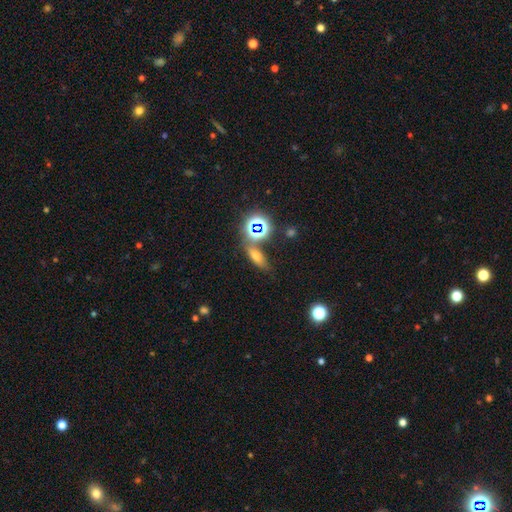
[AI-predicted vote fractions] Q: Smooth or featured?
A: smooth (50%); runner-up: star or artifact (31%)
Q: How rounded?
A: in between (47%); runner-up: cigar-shaped (40%)
Q: Merging?
A: none (69%); runner-up: merger (13%)